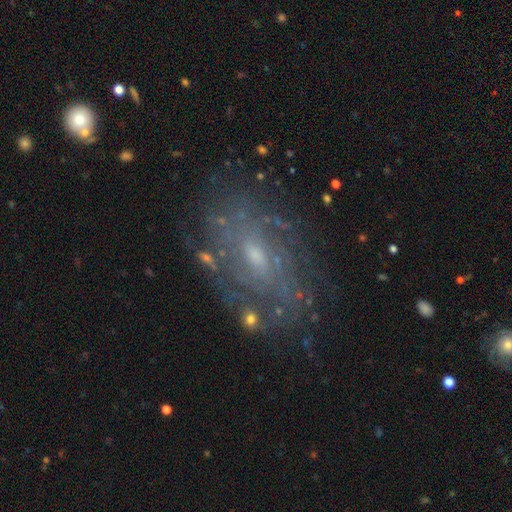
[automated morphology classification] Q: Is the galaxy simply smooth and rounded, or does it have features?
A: featured or disk — 74%.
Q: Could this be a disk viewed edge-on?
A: no — 95%.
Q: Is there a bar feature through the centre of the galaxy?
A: no — 56%.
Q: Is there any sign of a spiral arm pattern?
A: yes — 71%.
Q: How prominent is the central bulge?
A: small — 59%.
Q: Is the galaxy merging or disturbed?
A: none — 73%.